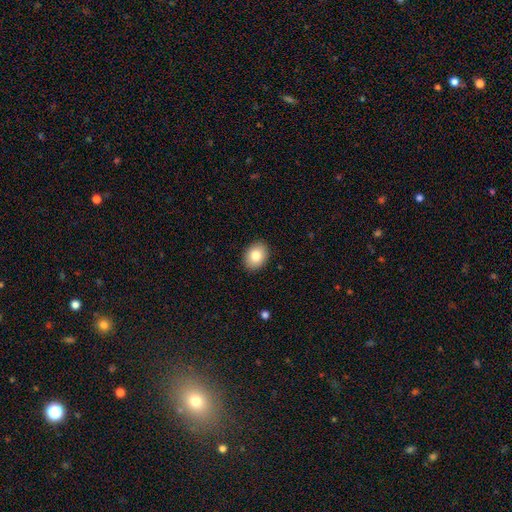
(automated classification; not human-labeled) The model was most divided on "how rounded": in between: 62%, round: 37%, cigar-shaped: 1%. More confident: merging — none (90%); smooth or featured — smooth (83%).